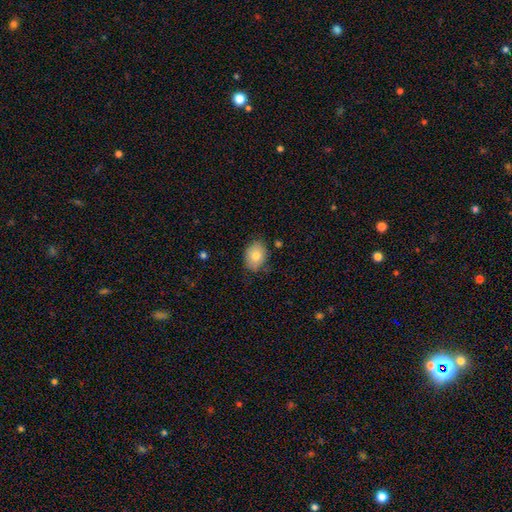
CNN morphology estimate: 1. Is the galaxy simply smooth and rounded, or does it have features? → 80% smooth, 12% featured or disk, 8% star or artifact.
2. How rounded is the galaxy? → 71% in between, 28% round, 1% cigar-shaped.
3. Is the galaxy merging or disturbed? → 78% none, 17% minor disturbance, 3% major disturbance, 2% merger.